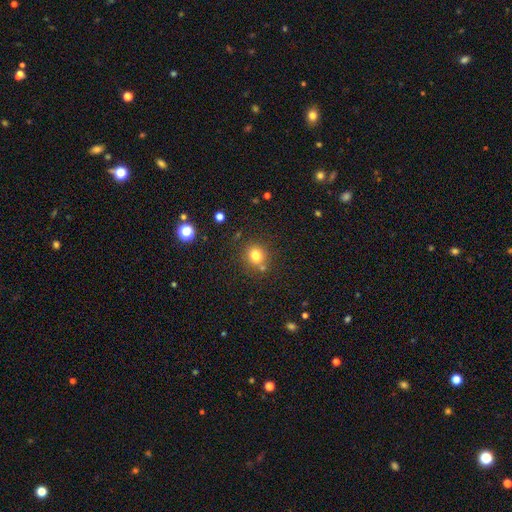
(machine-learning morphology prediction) smooth-or-featured: smooth: 78% | star or artifact: 14% | featured or disk: 8%
  how-rounded: round: 78% | in between: 21% | cigar-shaped: 1%
  merging: none: 76% | minor disturbance: 11% | merger: 9% | major disturbance: 4%